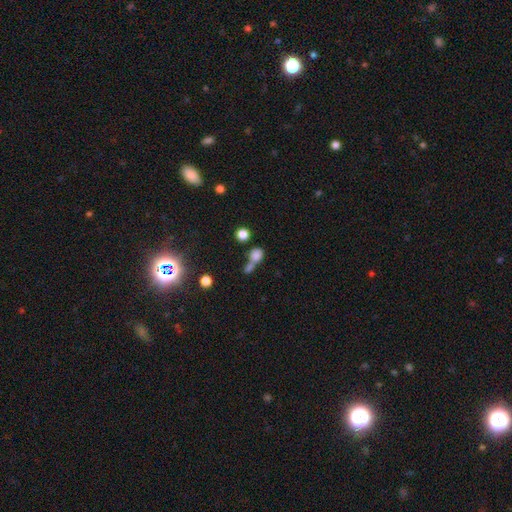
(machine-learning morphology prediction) Smooth or featured? smooth (78%)
How rounded? round (67%)
Merging? merger (53%)